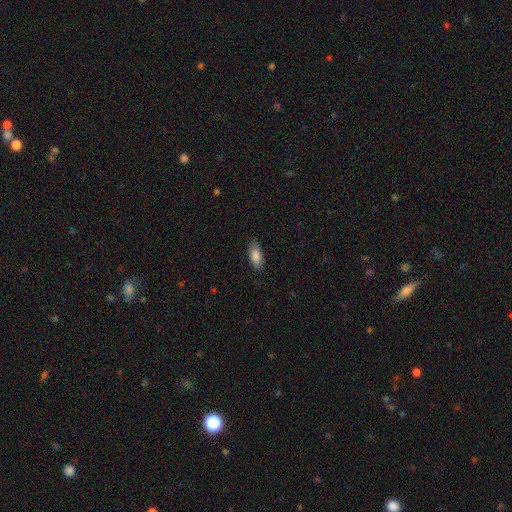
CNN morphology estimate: The model was most divided on "how rounded": in between: 80%, cigar-shaped: 18%, round: 2%. More confident: smooth or featured — smooth (85%); merging — none (84%).